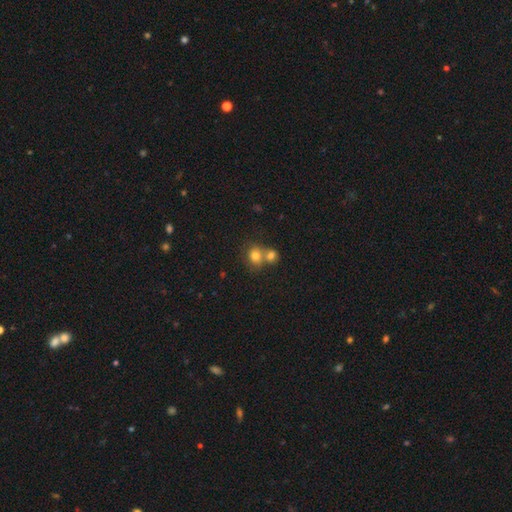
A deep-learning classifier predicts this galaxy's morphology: This is likely a smooth galaxy (78%). How rounded: likely round (74%). Merging: possibly merger (50%).